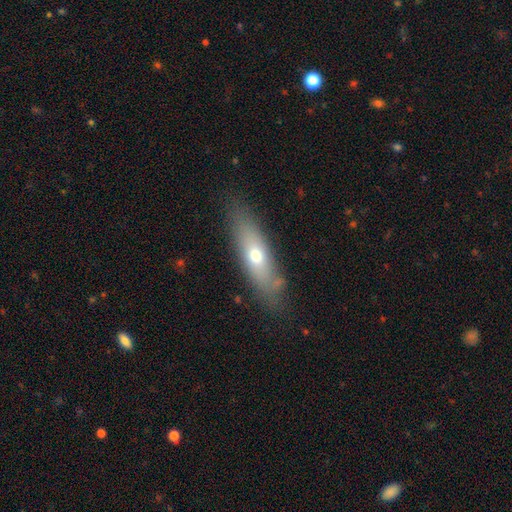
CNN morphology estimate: Overall: smooth (57%; featured or disk 35%). How rounded: cigar-shaped (54%; in between 43%). Merging: none (78%).